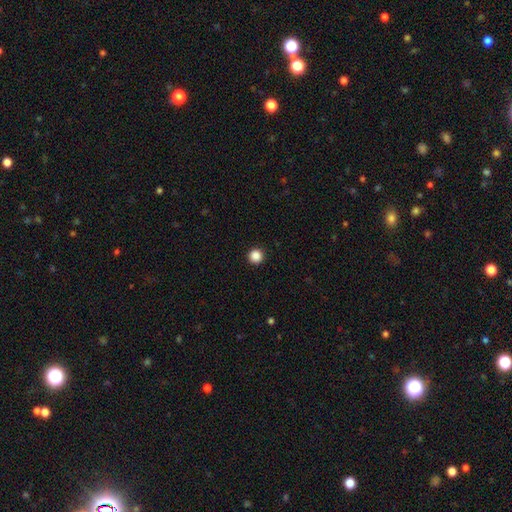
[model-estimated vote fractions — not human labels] A smooth galaxy with no disk features (87%) that is round (96%). Merging: none (93%).